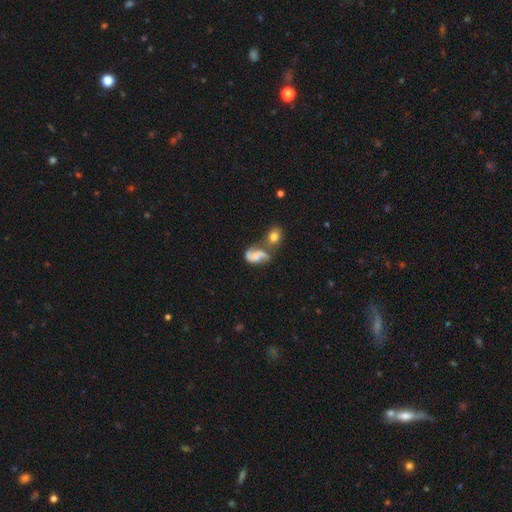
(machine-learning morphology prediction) Q: Smooth or featured?
A: featured or disk (60%); runner-up: smooth (31%)
Q: Edge-on disk?
A: no (97%); runner-up: yes (3%)
Q: Bar?
A: no (63%); runner-up: weak (30%)
Q: Spiral arms?
A: yes (86%); runner-up: no (14%)
Q: Bulge size?
A: small (34%); runner-up: none (29%)
Q: Merging?
A: merger (43%); runner-up: none (26%)